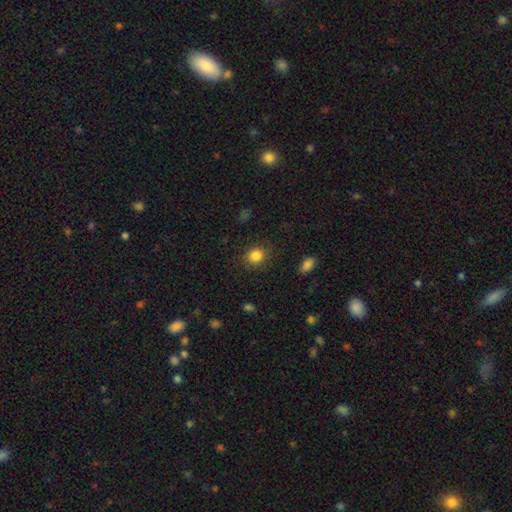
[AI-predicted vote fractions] A smooth galaxy with no disk features (85%) that is round (69%).

Vote fractions:
- Smooth or featured? smooth: 85% / star or artifact: 10% / featured or disk: 5%
- How rounded? round: 69% / in between: 30% / cigar-shaped: 1%
- Merging? none: 87% / minor disturbance: 9% / major disturbance: 3% / merger: 1%